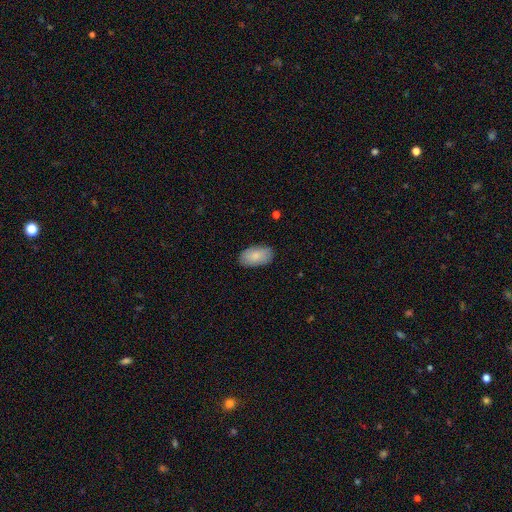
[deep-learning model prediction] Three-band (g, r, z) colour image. It shows a smooth galaxy with no disk features (83%) that is in between round and cigar-shaped (95%). Merging: none (86%).